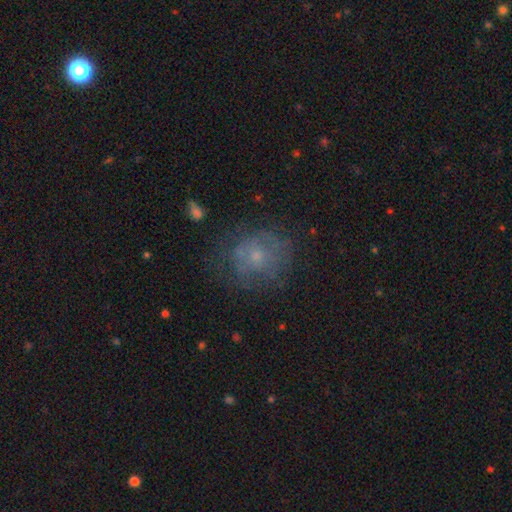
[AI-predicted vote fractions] Smooth or featured? Predicted: smooth (p=0.48). Merging? Predicted: none (p=0.64).